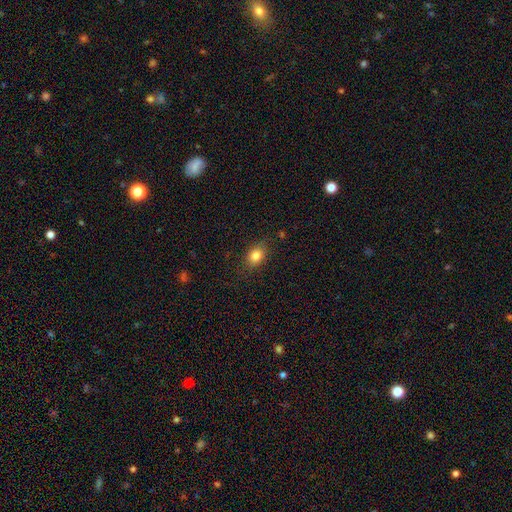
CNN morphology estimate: smooth_or_featured: smooth (p=0.82) [alt: star or artifact p=0.10]
how_rounded: in between (p=0.69) [alt: round p=0.29]
merging: none (p=0.80) [alt: minor disturbance p=0.15]